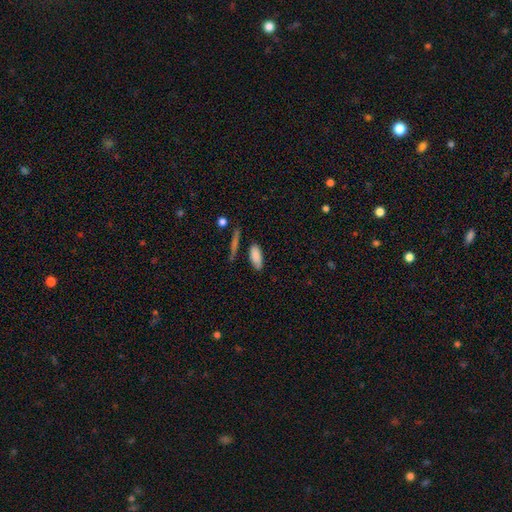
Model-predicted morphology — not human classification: Smooth or featured: smooth — 85% (featured or disk — 8%)
How rounded: in between — 71% (cigar-shaped — 27%)
Merging: none — 75% (minor disturbance — 16%)